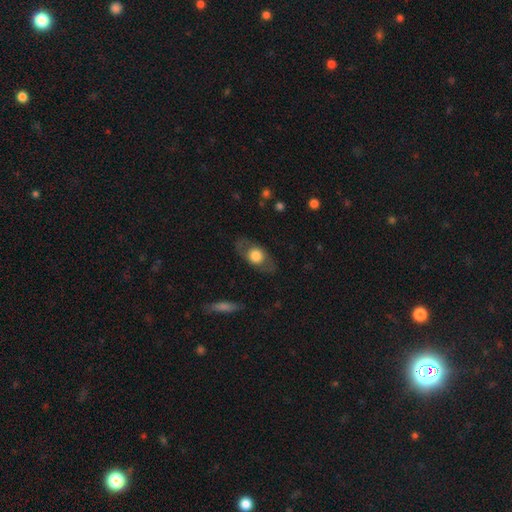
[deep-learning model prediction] Morphology: type=smooth (54%); roundness=in between (72%); merging=none (78%).